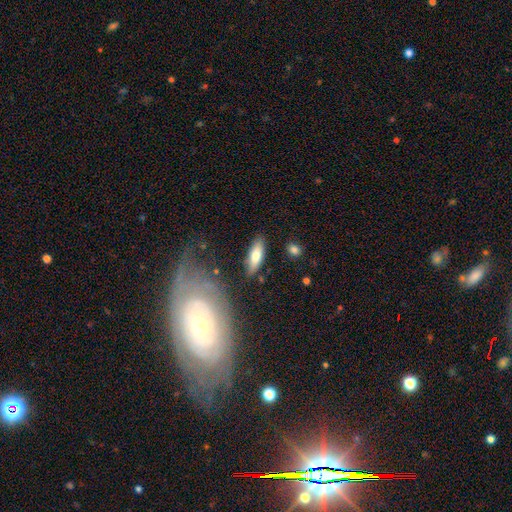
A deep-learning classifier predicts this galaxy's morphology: Overall: smooth (70%). How rounded: in between (55%; cigar-shaped 43%). Merging: none (82%).